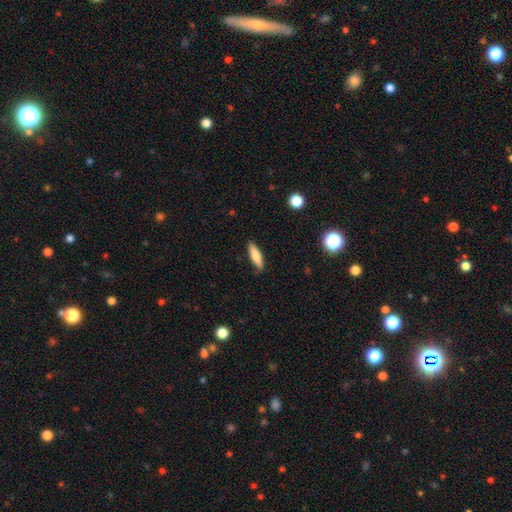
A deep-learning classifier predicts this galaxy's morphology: type=smooth (75%); roundness=cigar-shaped (63%); merging=none (84%).